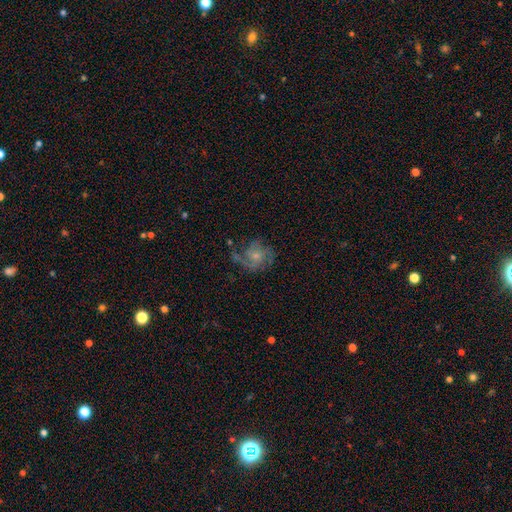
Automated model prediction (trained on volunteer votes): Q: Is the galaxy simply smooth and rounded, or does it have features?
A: featured or disk — 73%.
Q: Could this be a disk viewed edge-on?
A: no — 98%.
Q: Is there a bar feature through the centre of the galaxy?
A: no — 76%.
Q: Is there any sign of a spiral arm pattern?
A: yes — 90%.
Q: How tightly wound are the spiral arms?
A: medium — 43%.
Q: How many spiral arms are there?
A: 2 — 25%.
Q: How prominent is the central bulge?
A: small — 57%.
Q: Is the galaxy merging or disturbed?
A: none — 51%.